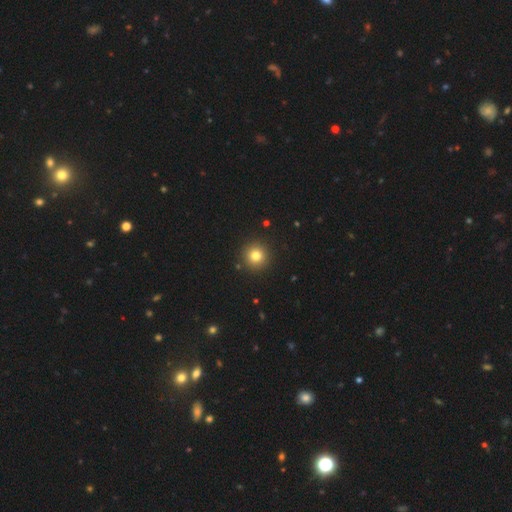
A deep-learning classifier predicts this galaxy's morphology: Q: Smooth or featured?
A: smooth (80%); runner-up: star or artifact (13%)
Q: How rounded?
A: round (95%); runner-up: in between (4%)
Q: Merging?
A: none (92%); runner-up: minor disturbance (5%)